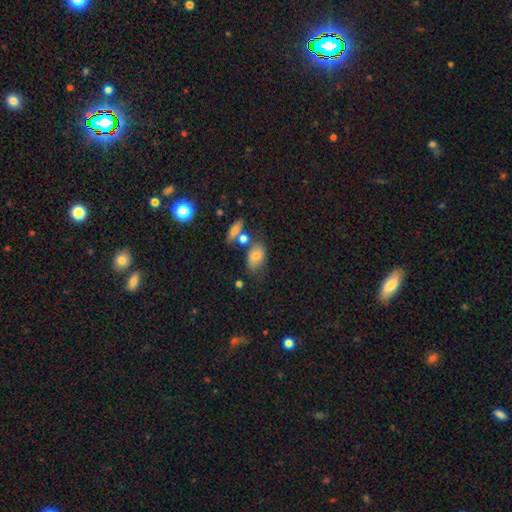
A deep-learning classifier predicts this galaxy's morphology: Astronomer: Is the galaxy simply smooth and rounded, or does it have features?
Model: smooth — 76%.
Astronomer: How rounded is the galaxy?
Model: in between — 83%.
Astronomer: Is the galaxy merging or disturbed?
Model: none — 41% (runner-up: merger, 24%).